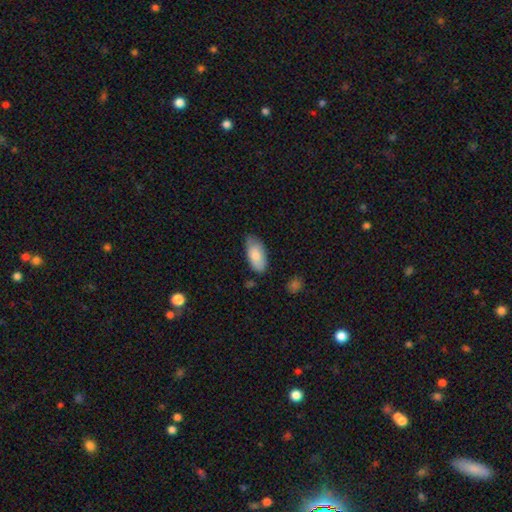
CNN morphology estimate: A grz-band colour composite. It shows a smooth galaxy with no disk features (82%) that is in between round and cigar-shaped (92%). Merging: none (69%).